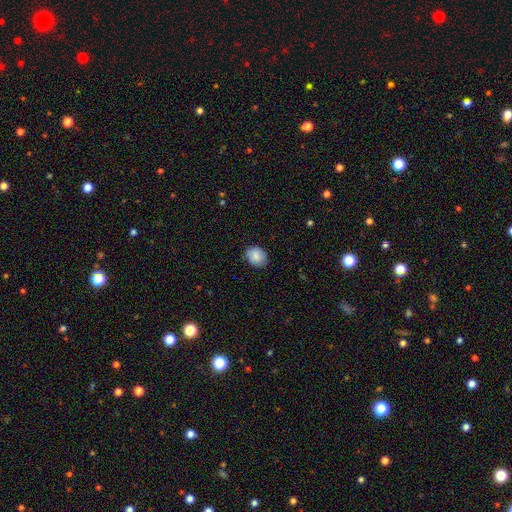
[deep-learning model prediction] This appears to be a smooth galaxy with no disk features (85%) that is round (53%). Merging: none (78%).